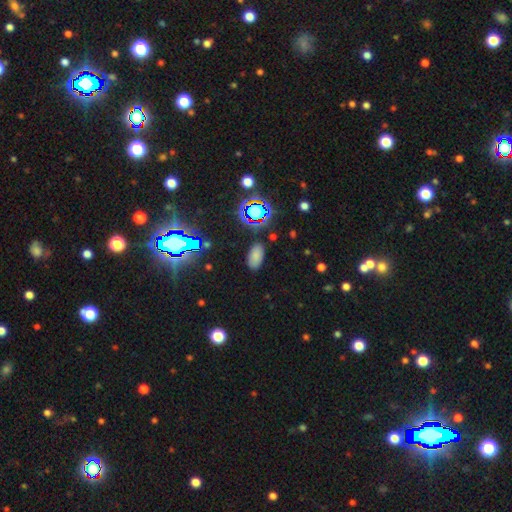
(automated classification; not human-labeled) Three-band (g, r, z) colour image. It shows a smooth galaxy with no disk features (71%) that is in between round and cigar-shaped (93%). Merging: none (85%).